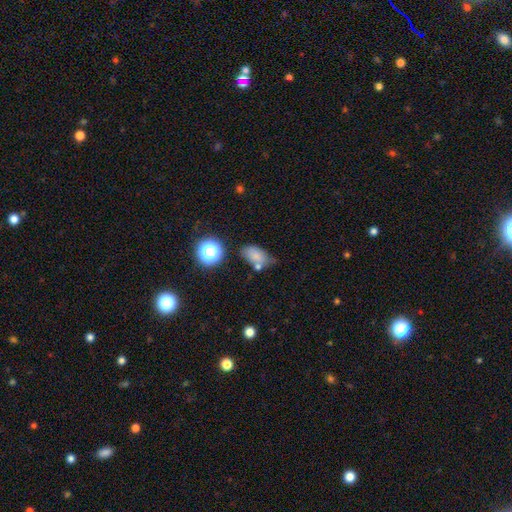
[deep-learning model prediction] A smooth galaxy with no disk features (74%) that is in between round and cigar-shaped (85%). Merging: none (52%).